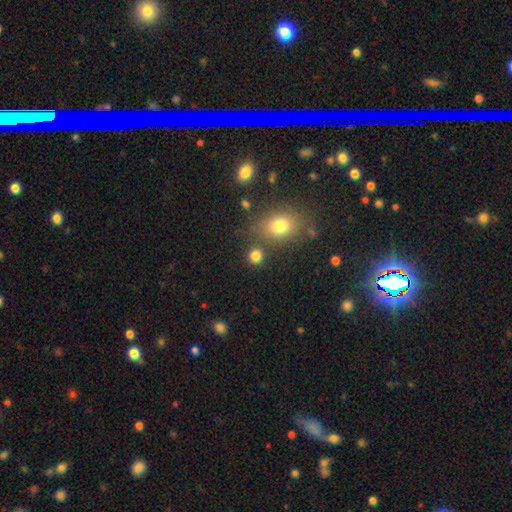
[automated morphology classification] A smooth galaxy with no disk features (81%) that is round (84%).

Vote fractions:
- Smooth or featured? smooth: 81% / star or artifact: 14% / featured or disk: 6%
- How rounded? round: 84% / in between: 15% / cigar-shaped: 1%
- Merging? none: 78% / merger: 10% / minor disturbance: 8% / major disturbance: 4%